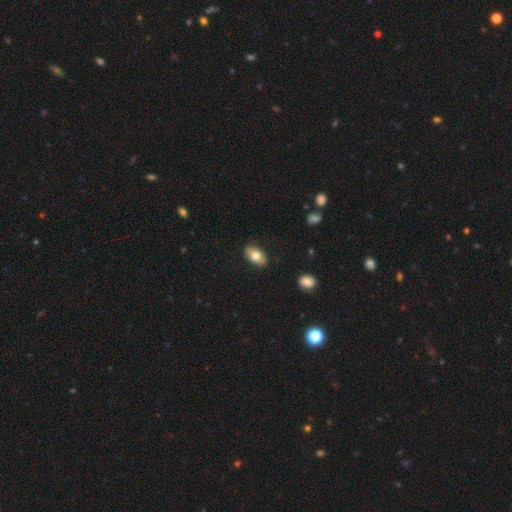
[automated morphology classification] Overall: smooth (75%). How rounded: in between (90%). Merging: none (85%).